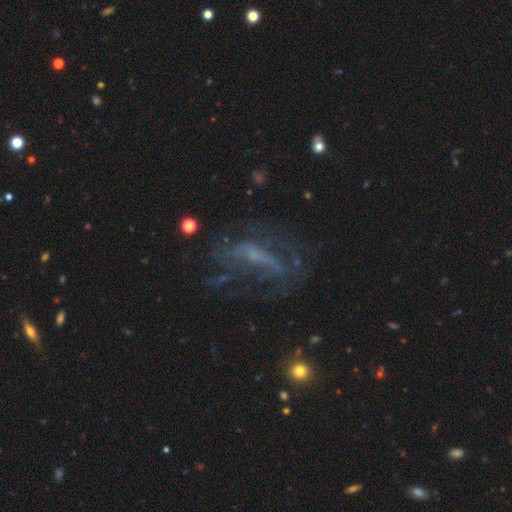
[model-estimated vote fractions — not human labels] Smooth or featured? featured or disk (67%)
Edge-on disk? no (79%)
Bar? no (40%)
Spiral arms? yes (59%)
Bulge size? small (46%)
Merging? none (50%)